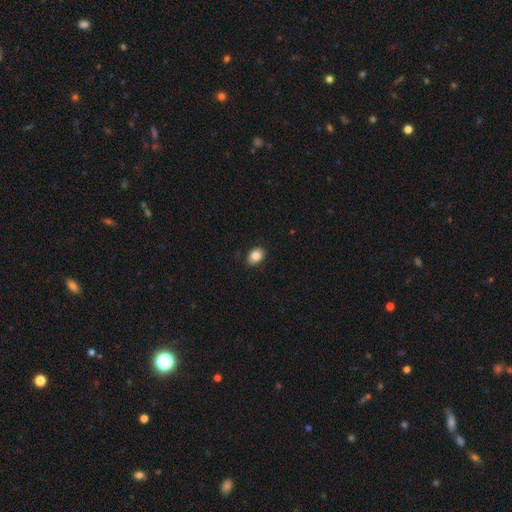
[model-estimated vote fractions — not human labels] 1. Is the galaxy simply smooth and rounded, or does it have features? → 85% smooth, 8% star or artifact, 6% featured or disk.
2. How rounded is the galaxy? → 73% in between, 26% round, 1% cigar-shaped.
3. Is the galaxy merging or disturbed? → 86% none, 11% minor disturbance, 2% major disturbance, 1% merger.